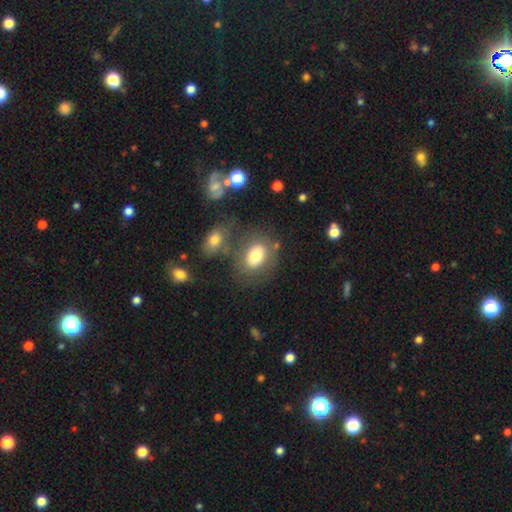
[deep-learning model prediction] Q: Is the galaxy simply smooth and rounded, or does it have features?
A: smooth — 72%.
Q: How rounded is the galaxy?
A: in between — 66%.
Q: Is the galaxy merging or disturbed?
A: none — 64%.